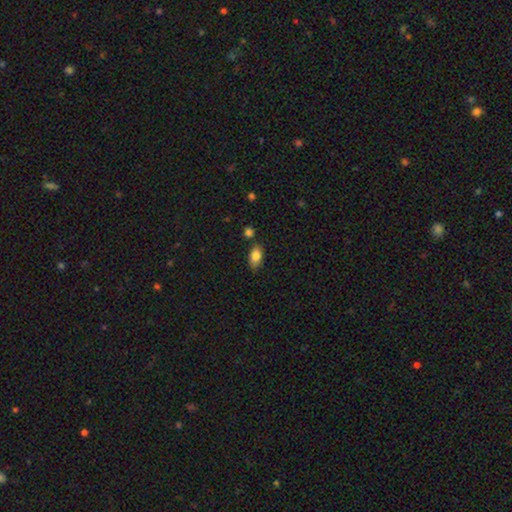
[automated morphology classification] This is clearly a smooth galaxy (84%). How rounded: clearly in between (89%). Merging: likely none (76%).